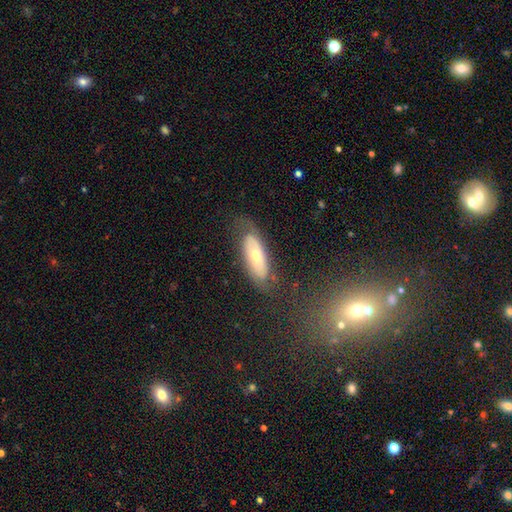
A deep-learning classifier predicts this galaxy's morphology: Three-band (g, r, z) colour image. It shows a featured or disk galaxy (49%). Merging: none (65%).